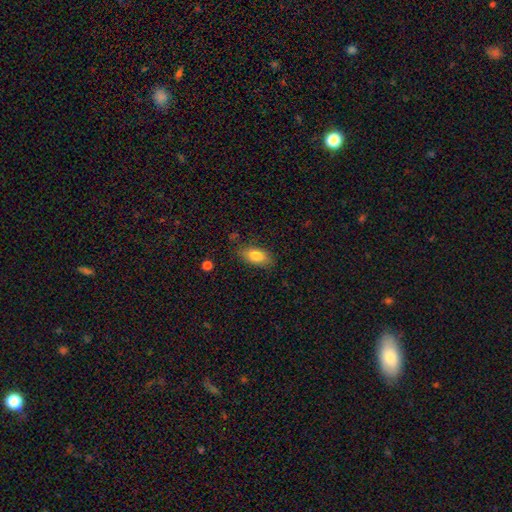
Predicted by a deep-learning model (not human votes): smooth_or_featured: smooth (p=0.84) [alt: featured or disk p=0.08]
how_rounded: in between (p=0.88) [alt: cigar-shaped p=0.09]
merging: none (p=0.78) [alt: minor disturbance p=0.16]